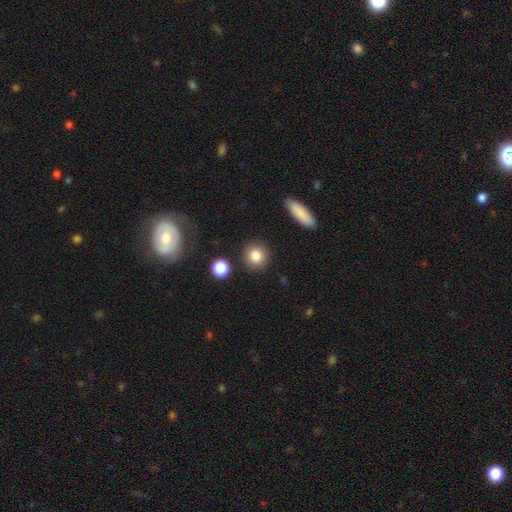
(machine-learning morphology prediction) Overall: smooth (84%). How rounded: round (89%). Merging: none (88%).